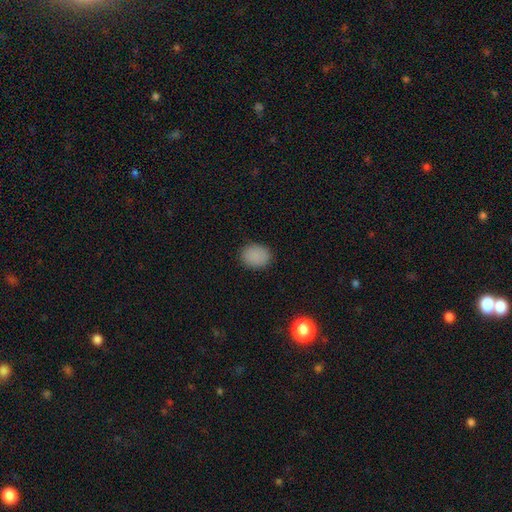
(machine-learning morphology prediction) The model was most divided on "how rounded": in between: 50%, round: 49%, cigar-shaped: 1%. More confident: merging — none (87%); smooth or featured — smooth (87%).